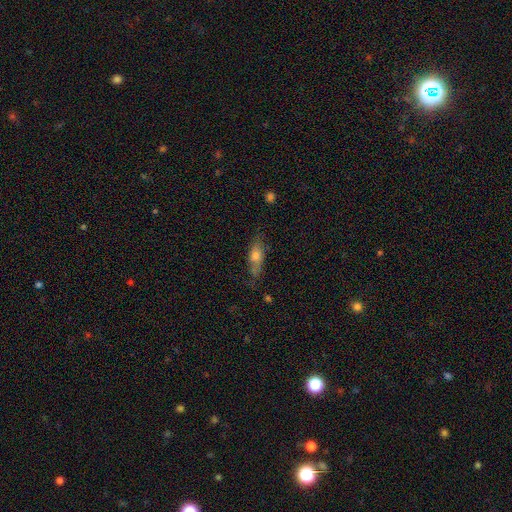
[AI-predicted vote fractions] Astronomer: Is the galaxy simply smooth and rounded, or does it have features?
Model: smooth — 58% (runner-up: featured or disk, 34%).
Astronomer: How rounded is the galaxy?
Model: in between — 55% (runner-up: cigar-shaped, 40%).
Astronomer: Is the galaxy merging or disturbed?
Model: none — 67%.